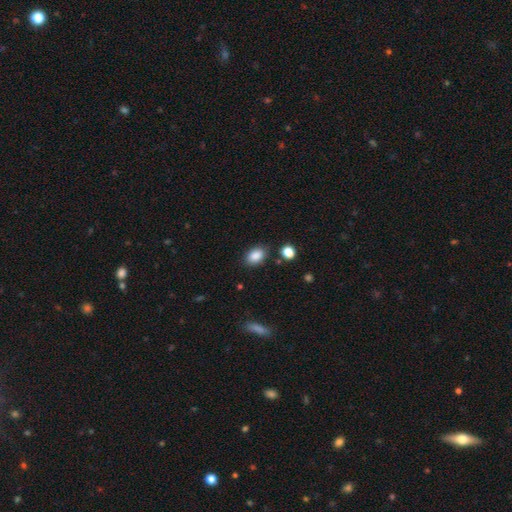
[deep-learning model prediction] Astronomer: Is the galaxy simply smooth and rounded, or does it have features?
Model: smooth — 87%.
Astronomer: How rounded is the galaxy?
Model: in between — 85%.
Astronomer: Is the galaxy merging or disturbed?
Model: none — 82%.